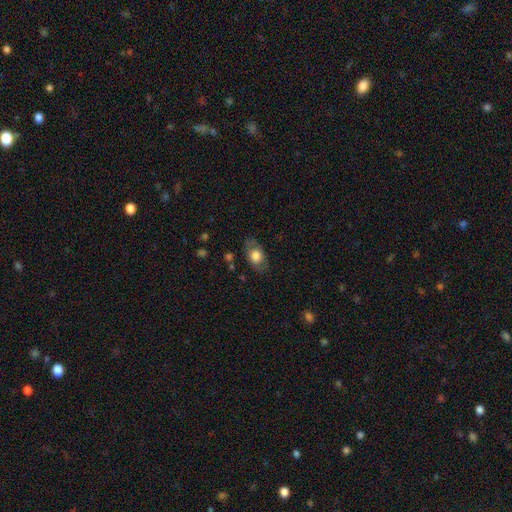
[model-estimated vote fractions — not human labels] A smooth galaxy with no disk features (70%) that is in between round and cigar-shaped (82%).

Vote fractions:
- Smooth or featured? smooth: 70% / featured or disk: 23% / star or artifact: 7%
- How rounded? in between: 82% / round: 16% / cigar-shaped: 2%
- Merging? none: 74% / minor disturbance: 18% / major disturbance: 6% / merger: 2%